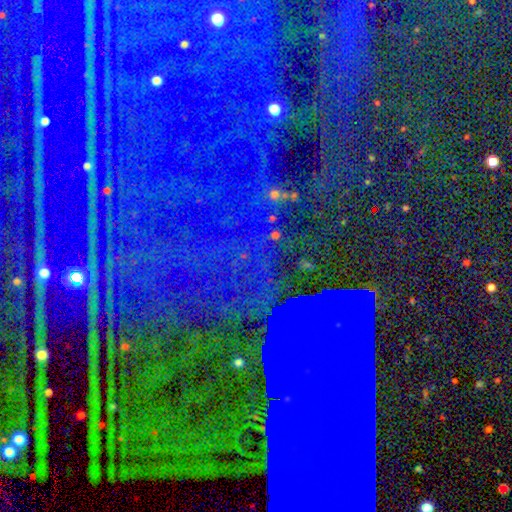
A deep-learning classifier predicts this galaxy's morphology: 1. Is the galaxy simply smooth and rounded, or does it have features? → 83% star or artifact, 9% featured or disk, 8% smooth.